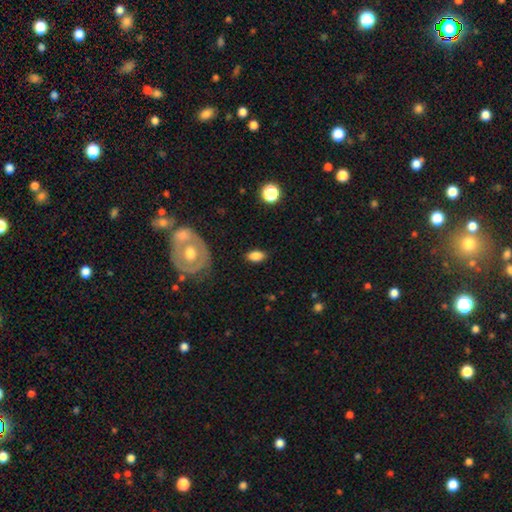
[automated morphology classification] smooth-or-featured: smooth: 81% | featured or disk: 12% | star or artifact: 8%
  how-rounded: in between: 90% | round: 7% | cigar-shaped: 3%
  merging: none: 84% | minor disturbance: 11% | major disturbance: 3% | merger: 2%